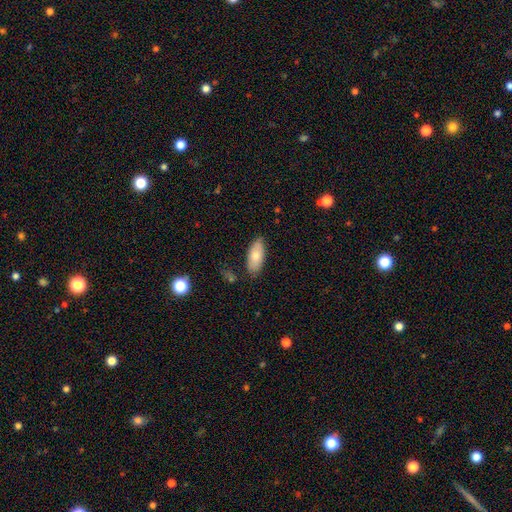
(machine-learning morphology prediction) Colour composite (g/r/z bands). It shows a smooth galaxy with no disk features (77%) that is in between round and cigar-shaped (87%). Merging: none (82%).